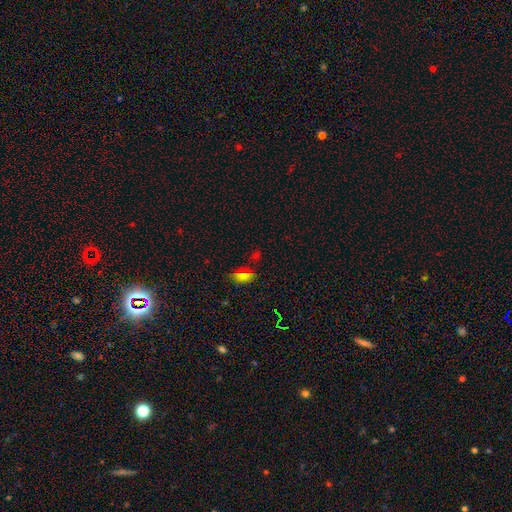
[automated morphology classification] Smooth or featured?
  - smooth: 52% *
  - star or artifact: 39%
  - featured or disk: 9%
How rounded?
  - in between: 72% *
  - round: 20%
  - cigar-shaped: 8%
Merging?
  - none: 72% *
  - minor disturbance: 14%
  - merger: 7%
  - major disturbance: 6%